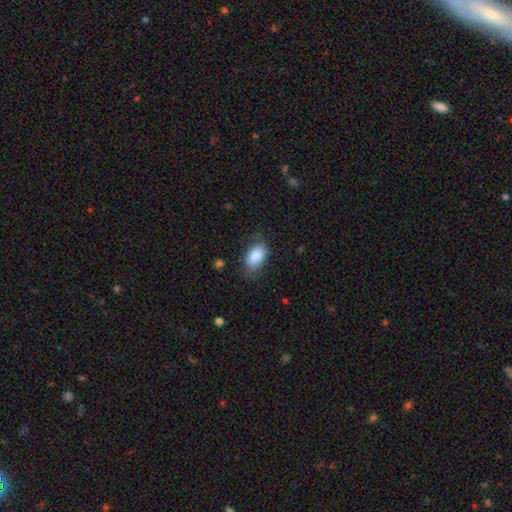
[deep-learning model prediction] A smooth galaxy with no disk features (85%) that is in between round and cigar-shaped (92%).

Vote fractions:
- Smooth or featured? smooth: 85% / featured or disk: 8% / star or artifact: 7%
- How rounded? in between: 92% / round: 5% / cigar-shaped: 3%
- Merging? none: 72% / minor disturbance: 21% / major disturbance: 6% / merger: 1%